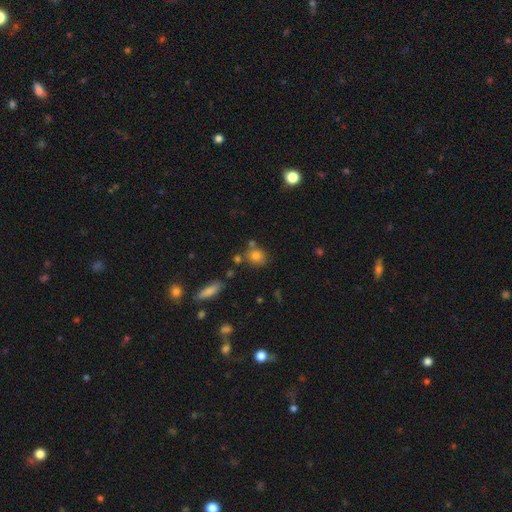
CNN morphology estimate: smooth-or-featured: smooth: 78% | star or artifact: 12% | featured or disk: 10%
  how-rounded: round: 65% | in between: 33% | cigar-shaped: 2%
  merging: none: 67% | merger: 14% | minor disturbance: 14% | major disturbance: 4%